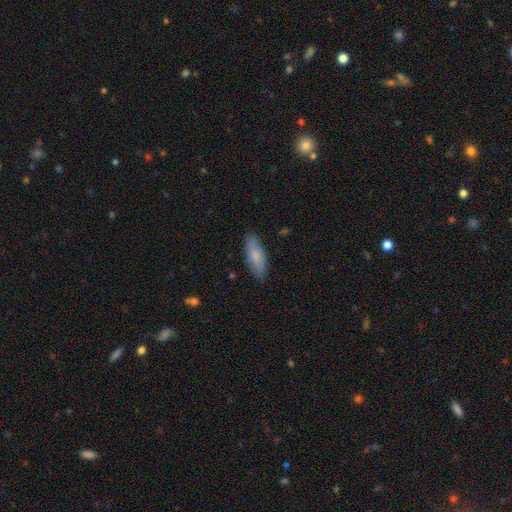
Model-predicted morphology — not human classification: This is likely a smooth galaxy (75%). How rounded: likely in between (70%). Merging: clearly none (86%).